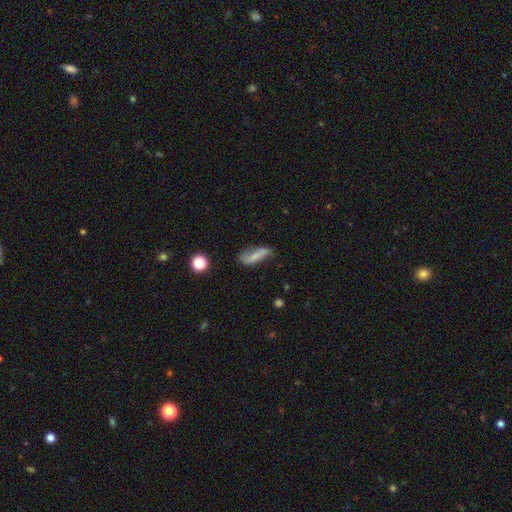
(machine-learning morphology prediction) This is possibly a smooth galaxy (55%). How rounded: possibly in between (53%). Merging: possibly none (57%).